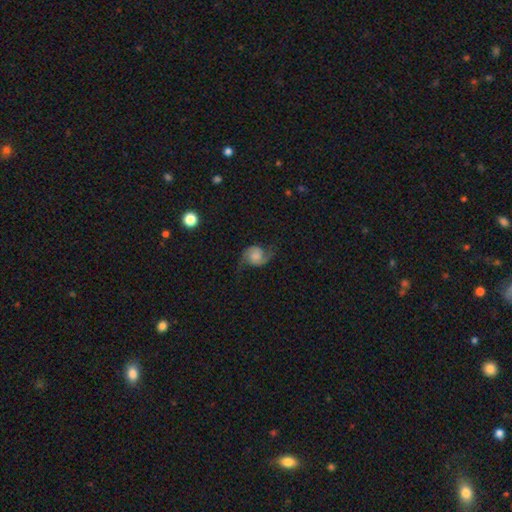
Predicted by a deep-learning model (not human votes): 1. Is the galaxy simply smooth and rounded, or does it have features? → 80% featured or disk, 13% smooth, 7% star or artifact.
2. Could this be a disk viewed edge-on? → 98% no, 2% yes.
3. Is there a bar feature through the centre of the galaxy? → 69% no, 26% weak, 5% strong.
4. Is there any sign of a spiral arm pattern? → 97% yes, 3% no.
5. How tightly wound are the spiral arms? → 43% medium, 42% loose, 14% tight.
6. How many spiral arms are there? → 93% 2, 2% 1, 2% can't tell, 1% 3, 1% 4, 1% more than 4.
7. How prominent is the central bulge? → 30% none, 28% small, 26% moderate, 12% large, 4% dominant.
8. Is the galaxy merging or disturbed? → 72% none, 17% minor disturbance, 9% major disturbance, 2% merger.